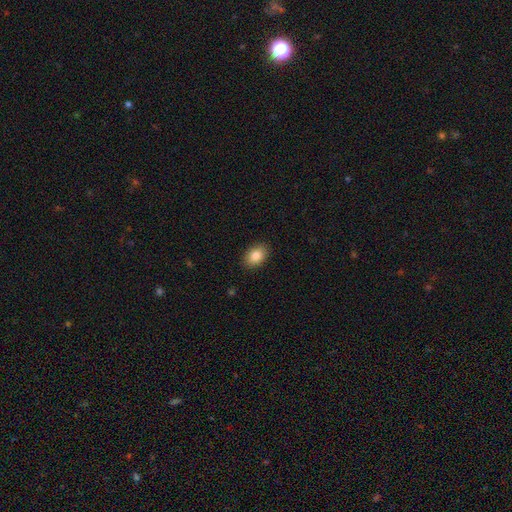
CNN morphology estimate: A smooth galaxy with no disk features (85%) that is in between round and cigar-shaped (84%). Merging: none (89%).